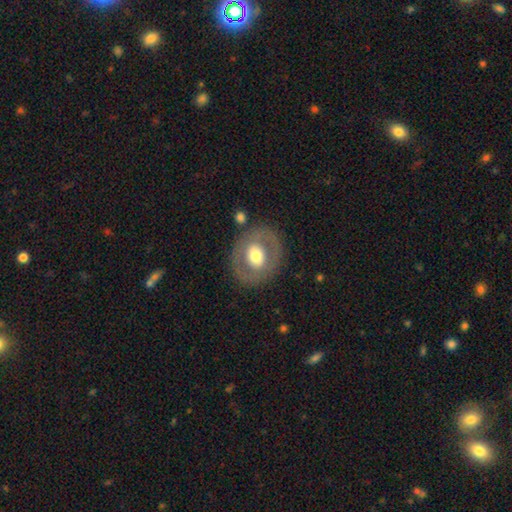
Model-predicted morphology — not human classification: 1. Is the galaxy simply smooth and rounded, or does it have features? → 48% featured or disk, 46% smooth, 7% star or artifact.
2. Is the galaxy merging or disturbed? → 80% none, 11% minor disturbance, 6% major disturbance, 3% merger.